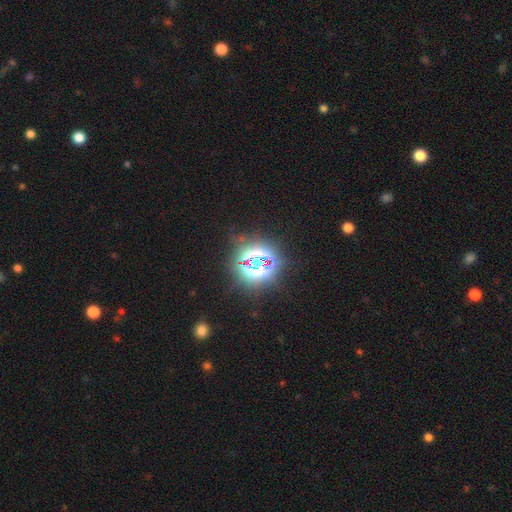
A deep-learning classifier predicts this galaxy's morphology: This appears to be a star or artifact, not a galaxy (83%).